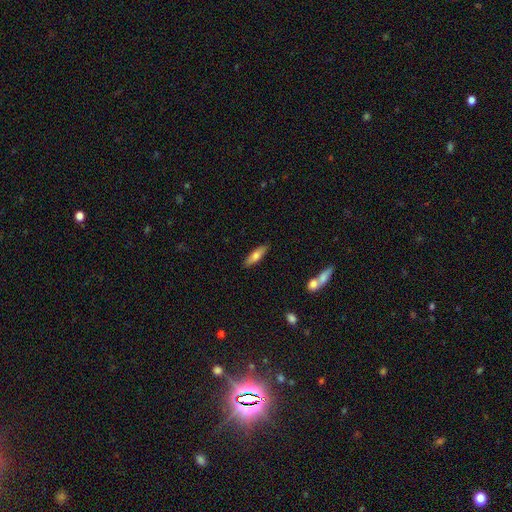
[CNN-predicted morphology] Smooth or featured: smooth — 68% (featured or disk — 25%)
How rounded: cigar-shaped — 55% (in between — 43%)
Merging: none — 87% (minor disturbance — 9%)